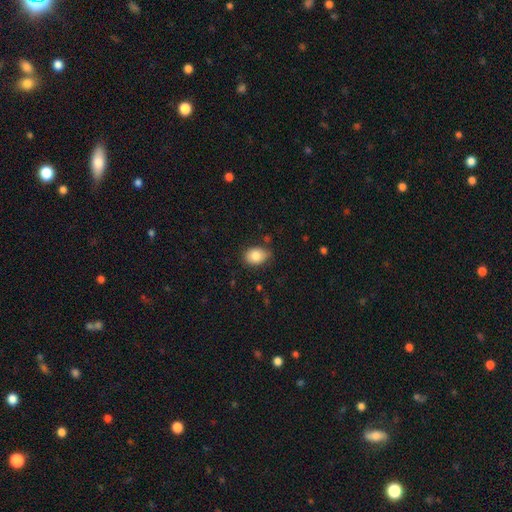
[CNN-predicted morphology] A smooth galaxy with no disk features (82%) that is in between round and cigar-shaped (71%). Merging: none (73%).